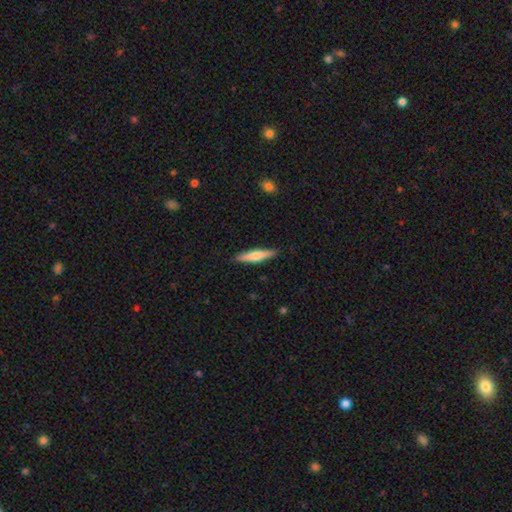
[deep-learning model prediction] Smooth or featured? smooth (54%)
How rounded? cigar-shaped (86%)
Merging? none (90%)